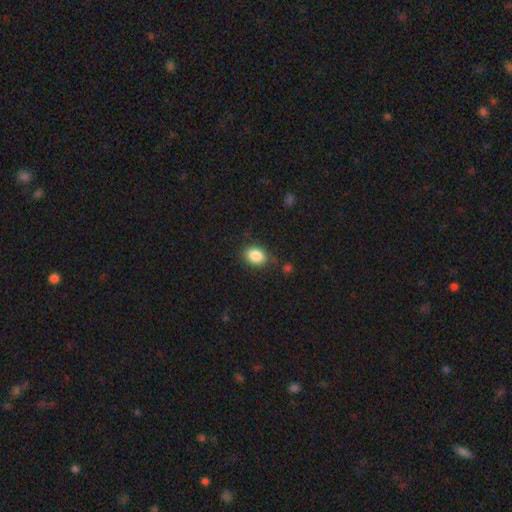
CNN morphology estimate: smooth 87%, star or artifact 9%, featured or disk 5%. Down the decision tree: how rounded — in between (70%); merging — none (81%).